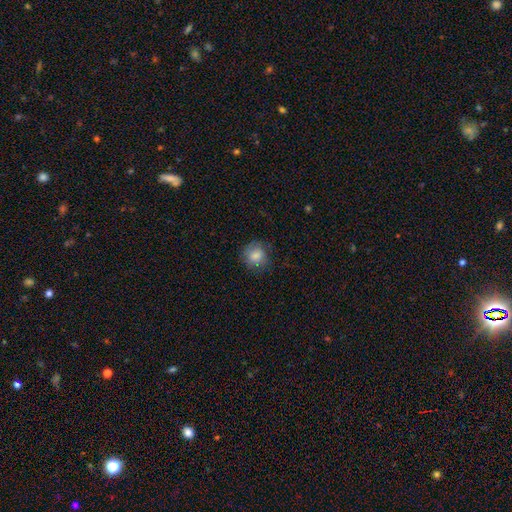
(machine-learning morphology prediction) smooth-or-featured: smooth: 82% | featured or disk: 10% | star or artifact: 9%
  how-rounded: round: 84% | in between: 15% | cigar-shaped: 1%
  merging: none: 75% | minor disturbance: 18% | major disturbance: 6% | merger: 1%